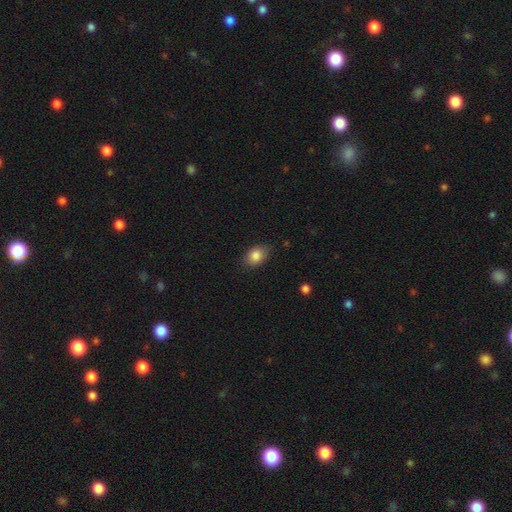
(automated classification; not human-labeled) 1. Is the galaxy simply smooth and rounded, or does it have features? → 84% smooth, 8% star or artifact, 7% featured or disk.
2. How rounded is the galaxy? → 77% in between, 21% round, 1% cigar-shaped.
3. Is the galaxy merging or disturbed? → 81% none, 15% minor disturbance, 3% major disturbance, 1% merger.